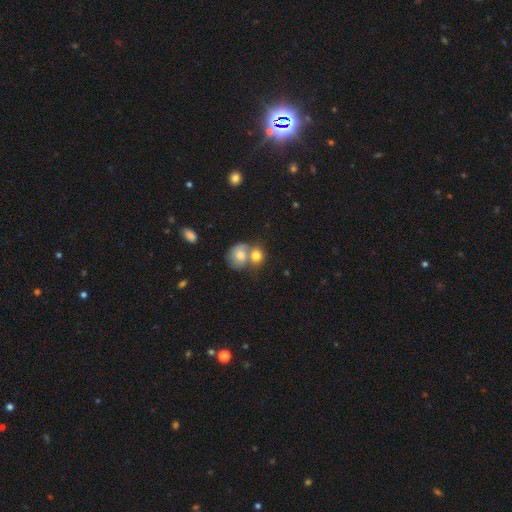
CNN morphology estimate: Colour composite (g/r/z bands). It shows a smooth galaxy with no disk features (76%) that is round (66%). Merging: merger (61%).